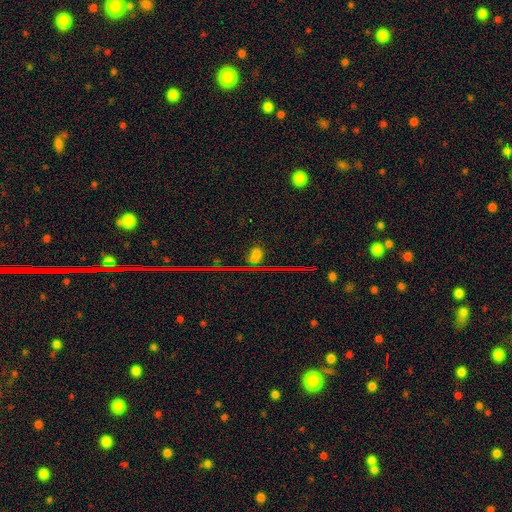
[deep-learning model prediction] Morphology: type=star or artifact (51%).